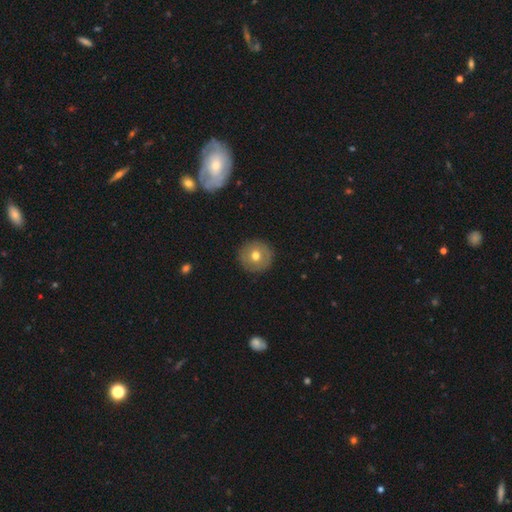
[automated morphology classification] type=smooth (66%); roundness=round (95%); merging=none (91%).